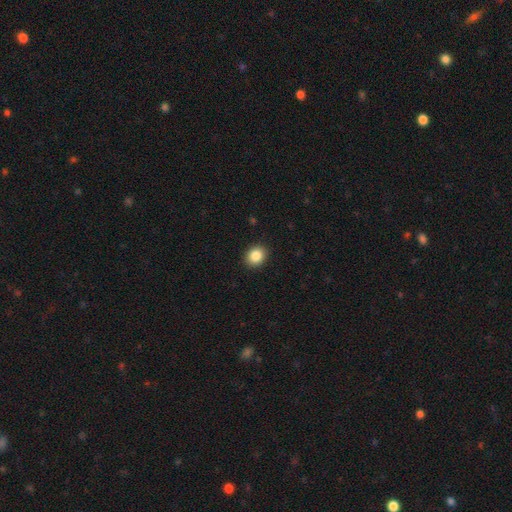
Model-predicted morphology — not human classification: Smooth or featured: smooth — 86% (star or artifact — 9%)
How rounded: round — 64% (in between — 35%)
Merging: none — 91% (minor disturbance — 6%)